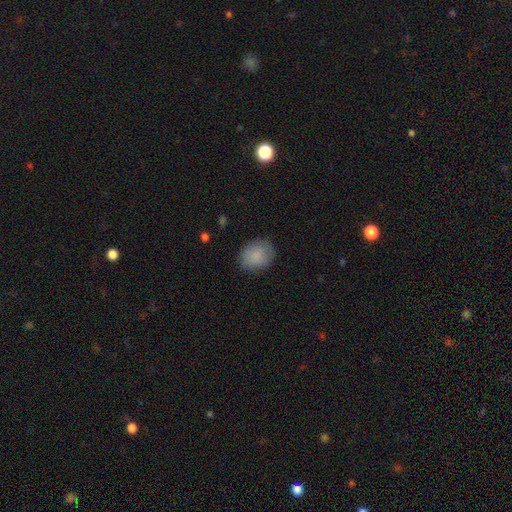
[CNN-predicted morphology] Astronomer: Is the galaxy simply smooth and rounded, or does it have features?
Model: smooth — 87%.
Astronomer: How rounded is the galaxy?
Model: in between — 51% (runner-up: round, 48%).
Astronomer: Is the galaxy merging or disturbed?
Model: none — 81%.